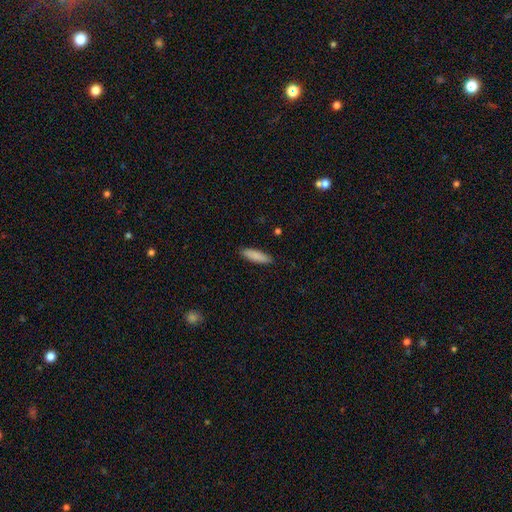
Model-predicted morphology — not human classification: Smooth or featured: smooth — 87% (featured or disk — 7%)
How rounded: cigar-shaped — 61% (in between — 37%)
Merging: none — 88% (minor disturbance — 9%)